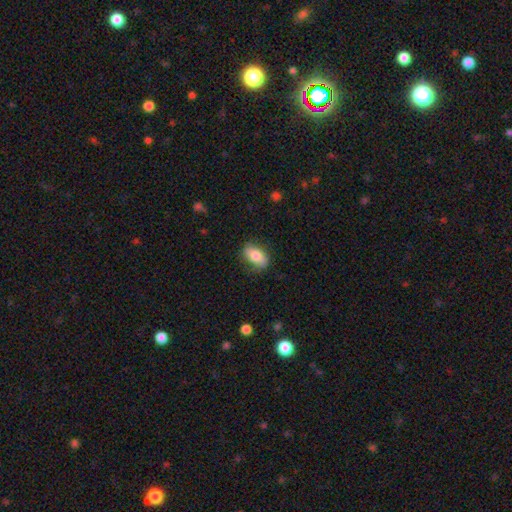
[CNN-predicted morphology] The model was most divided on "smooth or featured": smooth: 75%, featured or disk: 19%, star or artifact: 7%. More confident: how rounded — in between (89%); merging — none (75%).